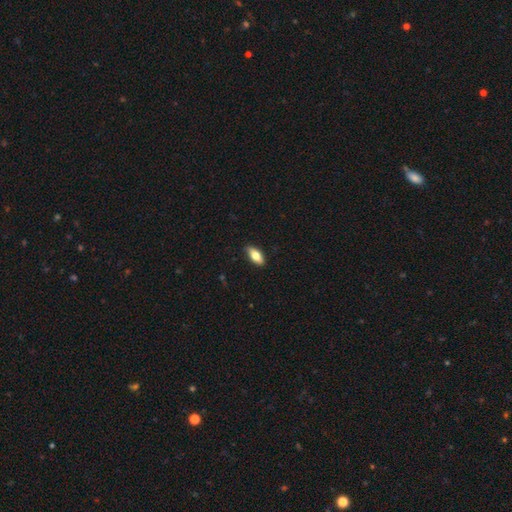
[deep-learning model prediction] Smooth or featured? smooth (73%)
How rounded? in between (82%)
Merging? none (87%)